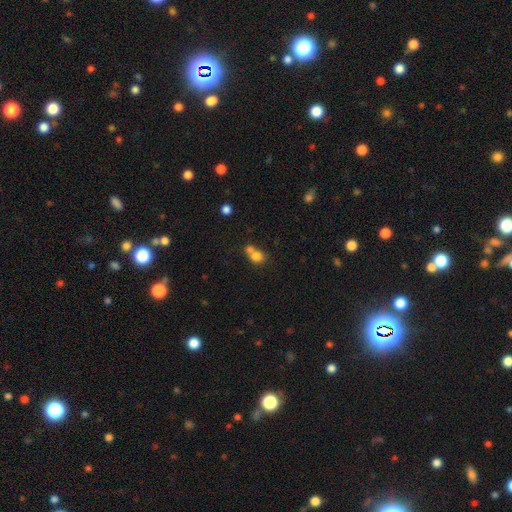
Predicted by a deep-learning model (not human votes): This appears to be a smooth galaxy with no disk features (77%) that is round (69%). Merging: merger (56%).